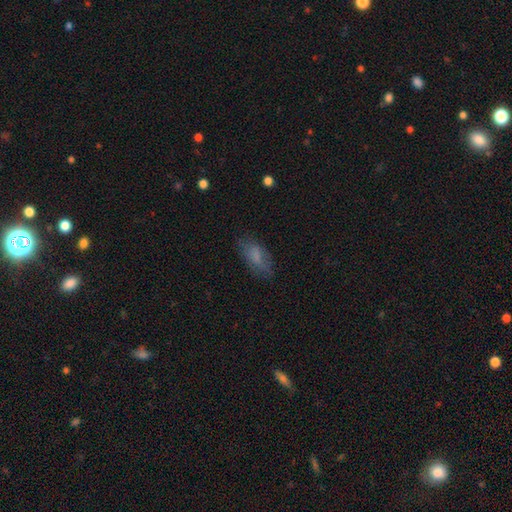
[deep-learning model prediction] The model was most divided on "merging": none: 71%, minor disturbance: 20%, major disturbance: 8%, merger: 1%. More confident: how rounded — in between (85%); smooth or featured — smooth (74%).